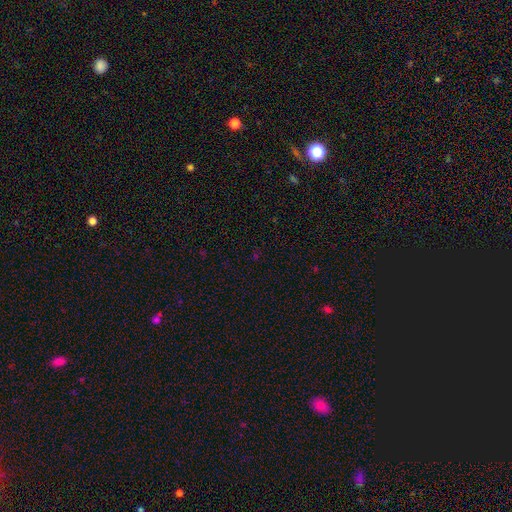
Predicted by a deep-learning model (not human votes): smooth_or_featured: star or artifact (p=0.64) [alt: smooth p=0.29]